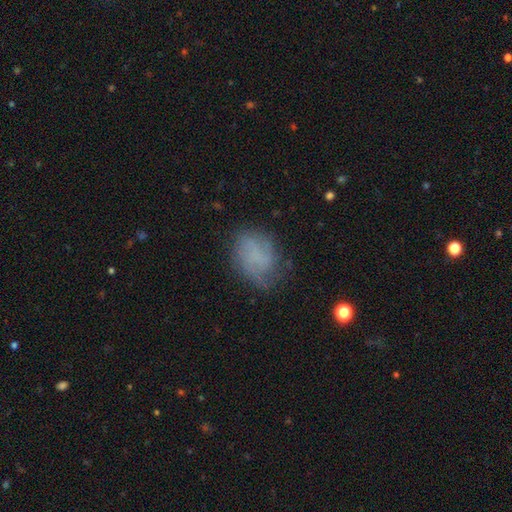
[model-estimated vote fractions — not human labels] This is marginally a featured or disk galaxy (45%). Merging: likely none (62%).